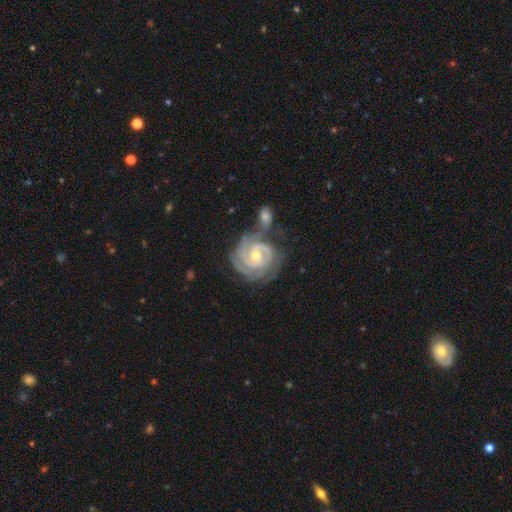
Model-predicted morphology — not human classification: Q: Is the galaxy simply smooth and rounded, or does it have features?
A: featured or disk — 90%.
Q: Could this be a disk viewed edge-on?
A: no — 98%.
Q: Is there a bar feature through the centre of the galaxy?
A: no — 62%.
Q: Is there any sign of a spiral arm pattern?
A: yes — 98%.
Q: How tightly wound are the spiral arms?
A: tight — 76%.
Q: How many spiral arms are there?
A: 2 — 33%, tied with 3.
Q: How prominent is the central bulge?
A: small — 49%.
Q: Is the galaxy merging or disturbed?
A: none — 50%.